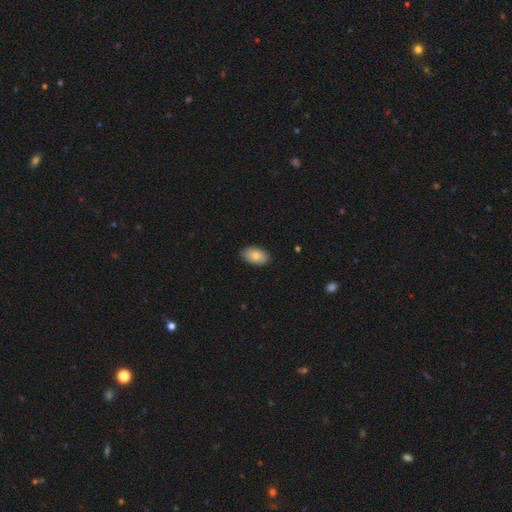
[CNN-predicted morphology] Overall: smooth (83%). How rounded: in between (93%). Merging: none (87%).